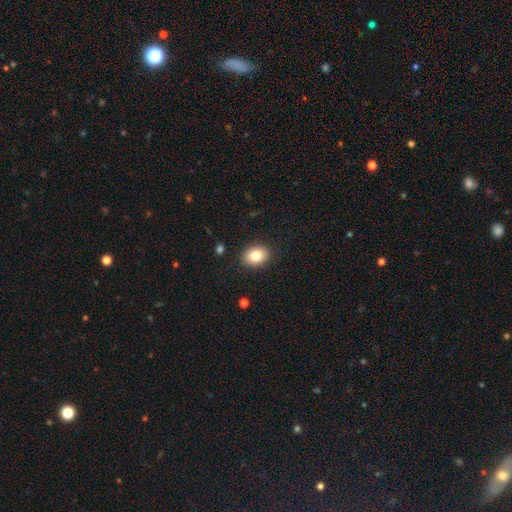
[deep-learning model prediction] smooth 83%, featured or disk 9%, star or artifact 8%. Down the decision tree: how rounded — in between (69%); merging — none (88%).